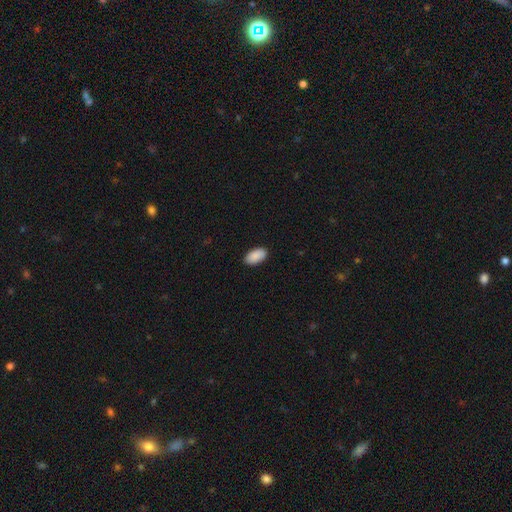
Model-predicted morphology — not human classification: Smooth or featured? Predicted: smooth (p=0.91). How rounded? Predicted: in between (p=0.95). Merging? Predicted: none (p=0.89).